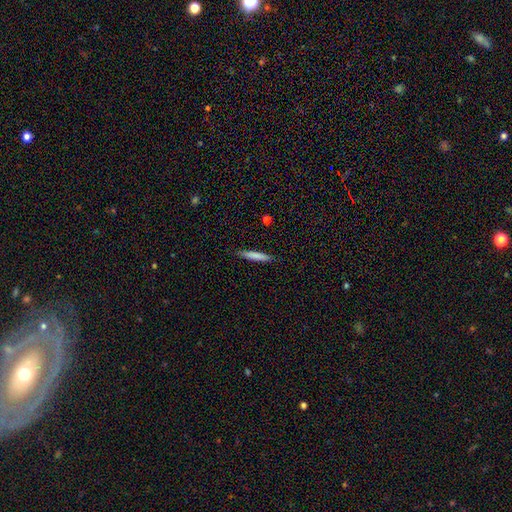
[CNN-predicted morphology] This appears to be a smooth galaxy with no disk features (80%) that is cigar-shaped (92%). Merging: none (89%).